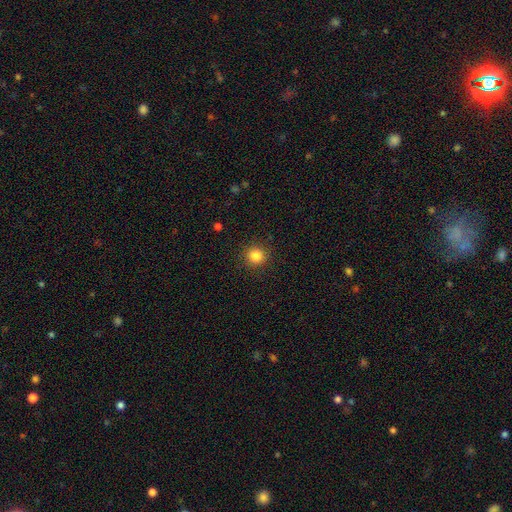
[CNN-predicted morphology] smooth_or_featured: smooth (p=0.84) [alt: star or artifact p=0.11]
how_rounded: round (p=0.94) [alt: in between p=0.05]
merging: none (p=0.91) [alt: minor disturbance p=0.06]